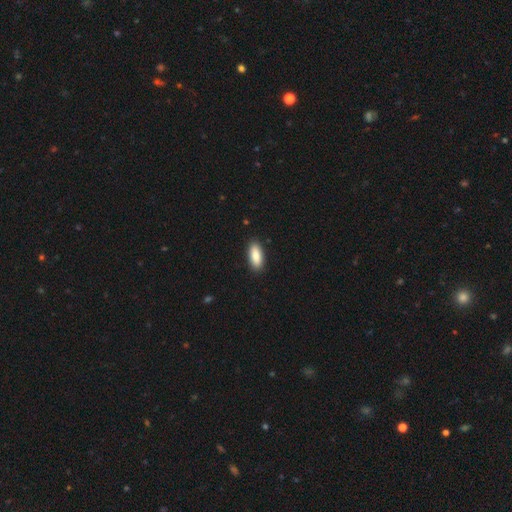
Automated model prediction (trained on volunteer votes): smooth 88%, featured or disk 6%, star or artifact 6%. Down the decision tree: how rounded — in between (83%); merging — none (89%).